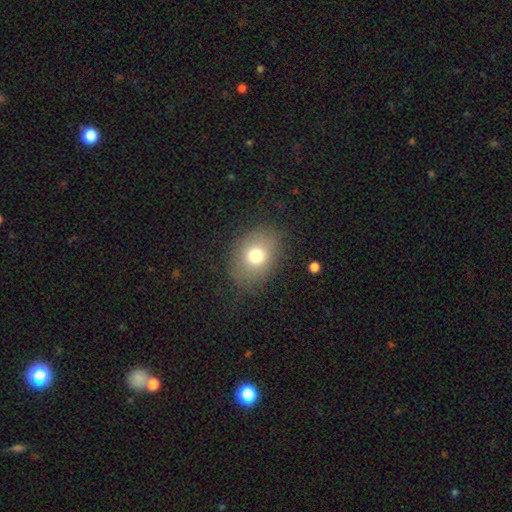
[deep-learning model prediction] This is likely a smooth galaxy (74%). How rounded: possibly in between (58%). Merging: likely none (75%).